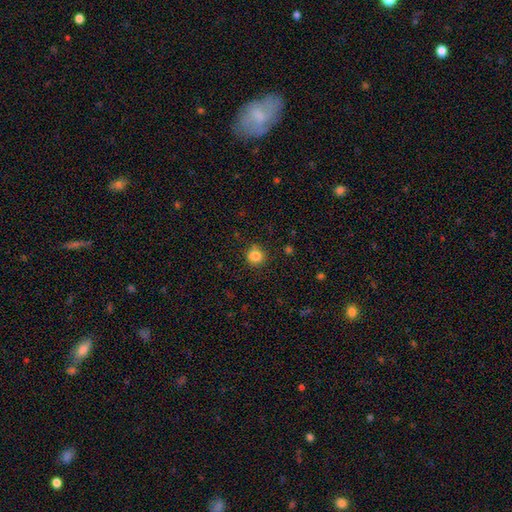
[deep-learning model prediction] This appears to be a smooth galaxy with no disk features (83%) that is round (91%). Merging: none (85%).